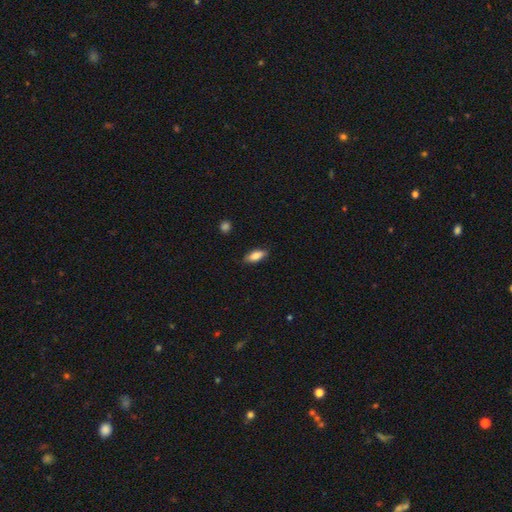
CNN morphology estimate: Smooth or featured? smooth (80%)
How rounded? in between (78%)
Merging? none (86%)